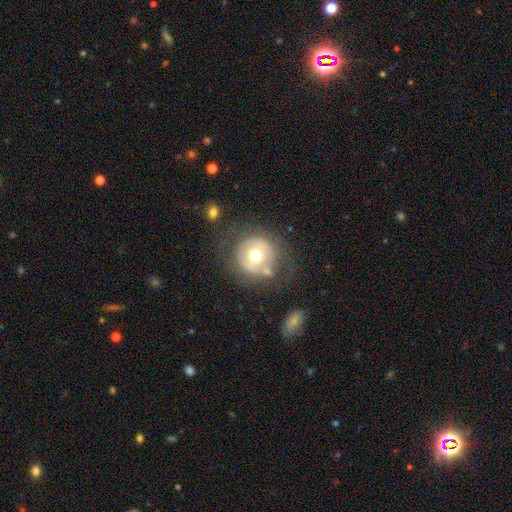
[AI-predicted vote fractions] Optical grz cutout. It shows a smooth galaxy with no disk features (49%). Merging: none (62%).